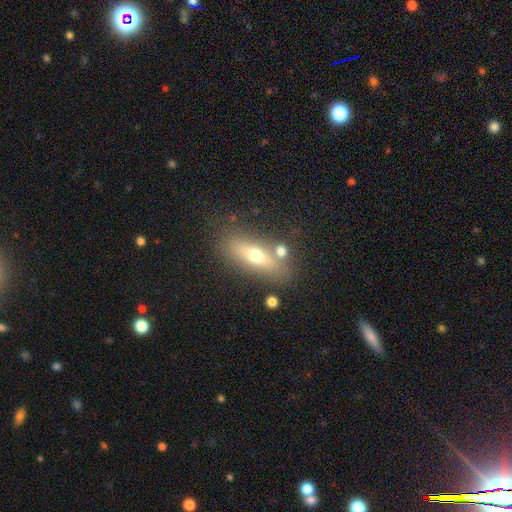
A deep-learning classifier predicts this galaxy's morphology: Smooth or featured? smooth (53%)
How rounded? in between (53%)
Merging? none (72%)